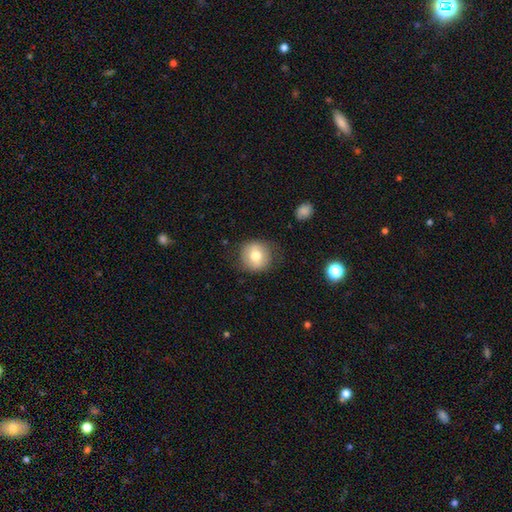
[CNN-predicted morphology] Smooth or featured? Predicted: smooth (p=0.72). How rounded? Predicted: round (p=0.88). Merging? Predicted: none (p=0.79).